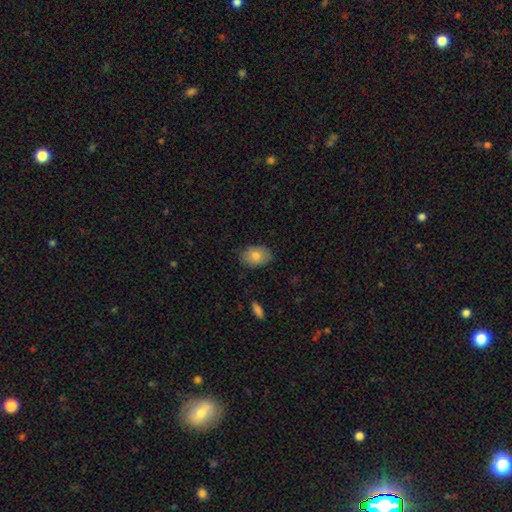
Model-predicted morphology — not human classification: Q: Smooth or featured?
A: smooth (80%); runner-up: featured or disk (13%)
Q: How rounded?
A: in between (81%); runner-up: round (18%)
Q: Merging?
A: none (84%); runner-up: minor disturbance (13%)